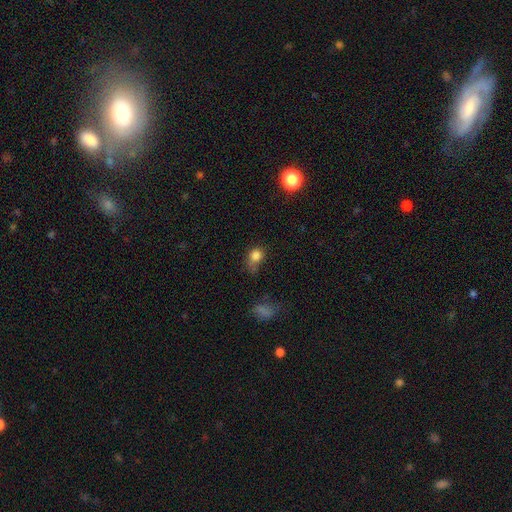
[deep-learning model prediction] Smooth or featured: smooth — 80% (star or artifact — 12%)
How rounded: round — 59% (in between — 39%)
Merging: none — 41% (minor disturbance — 32%)